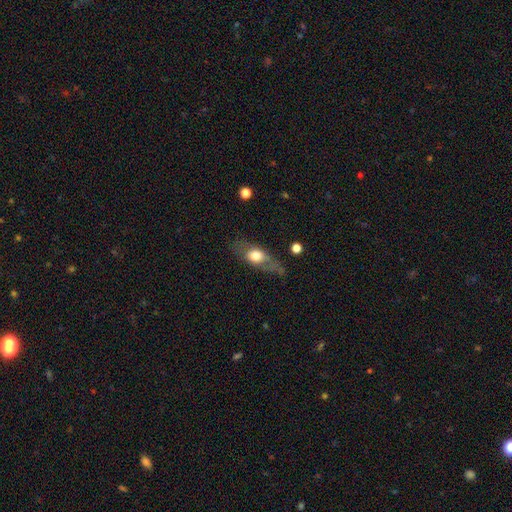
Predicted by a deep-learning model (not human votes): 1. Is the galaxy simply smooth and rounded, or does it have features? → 56% smooth, 37% featured or disk, 7% star or artifact.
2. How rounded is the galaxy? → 64% in between, 20% cigar-shaped, 16% round.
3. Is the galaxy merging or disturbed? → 57% none, 23% minor disturbance, 16% major disturbance, 4% merger.